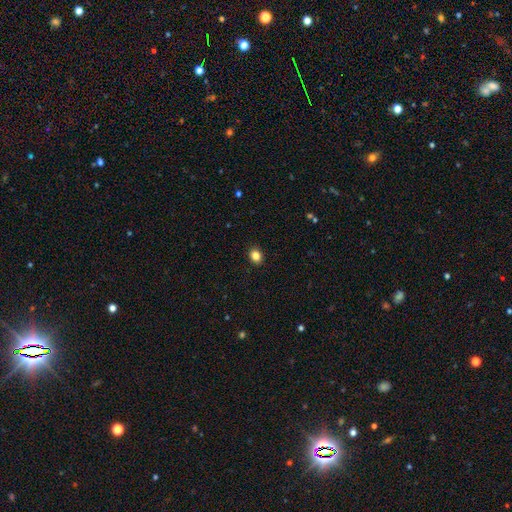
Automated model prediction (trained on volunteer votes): smooth_or_featured: smooth (p=0.85) [alt: star or artifact p=0.11]
how_rounded: round (p=0.59) [alt: in between p=0.40]
merging: none (p=0.91) [alt: minor disturbance p=0.06]